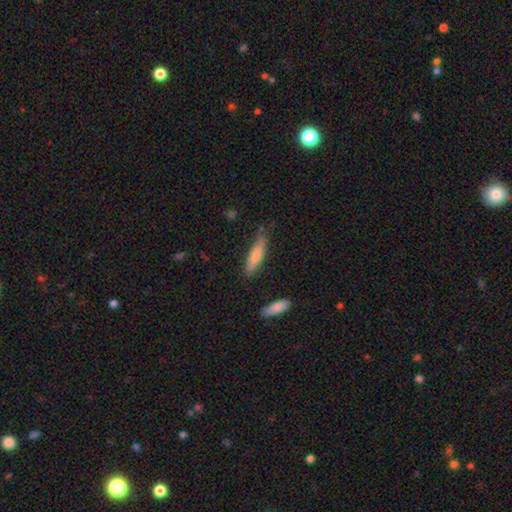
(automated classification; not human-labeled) Q: Smooth or featured?
A: smooth (75%); runner-up: featured or disk (19%)
Q: How rounded?
A: cigar-shaped (75%); runner-up: in between (23%)
Q: Merging?
A: none (73%); runner-up: minor disturbance (19%)